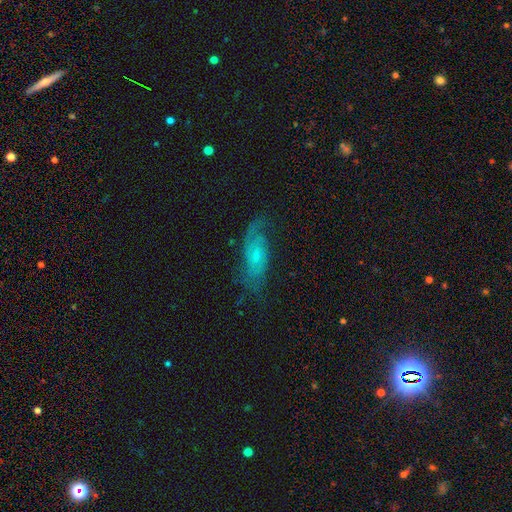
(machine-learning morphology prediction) Smooth or featured?
  - featured or disk: 65% *
  - smooth: 26%
  - star or artifact: 8%
Edge-on disk?
  - no: 90% *
  - yes: 10%
Bar?
  - no: 64% *
  - weak: 31%
  - strong: 5%
Spiral arms?
  - yes: 87% *
  - no: 13%
Spiral winding?
  - medium: 42% *
  - loose: 32%
  - tight: 26%
Spiral arm count?
  - 2: 58% *
  - can't tell: 21%
  - 1: 13%
  - 3: 4%
  - 4: 2%
  - more than 4: 2%
Bulge size?
  - small: 64% *
  - moderate: 22%
  - none: 11%
  - large: 2%
  - dominant: 1%
Merging?
  - none: 63% *
  - minor disturbance: 22%
  - major disturbance: 13%
  - merger: 2%